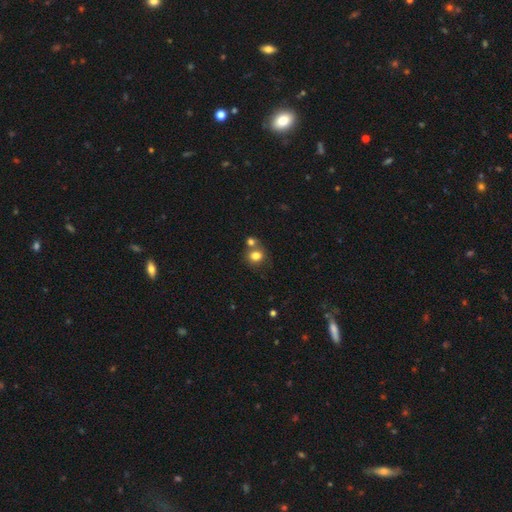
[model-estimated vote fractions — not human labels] smooth 80%, star or artifact 11%, featured or disk 8%. Down the decision tree: how rounded — round (76%); merging — none (55%).